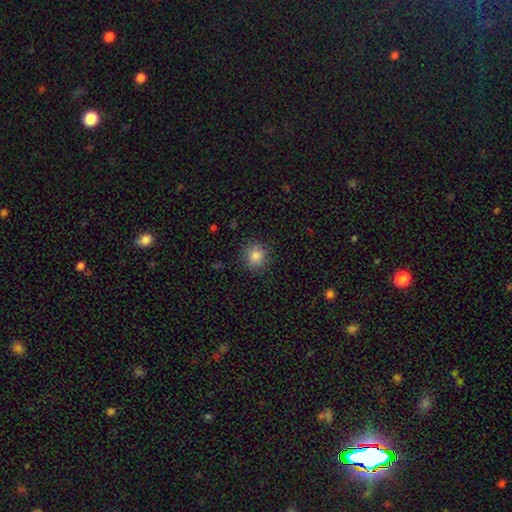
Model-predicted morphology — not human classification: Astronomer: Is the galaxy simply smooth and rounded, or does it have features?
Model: smooth — 84%.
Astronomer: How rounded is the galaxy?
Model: round — 91%.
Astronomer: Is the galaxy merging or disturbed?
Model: none — 88%.